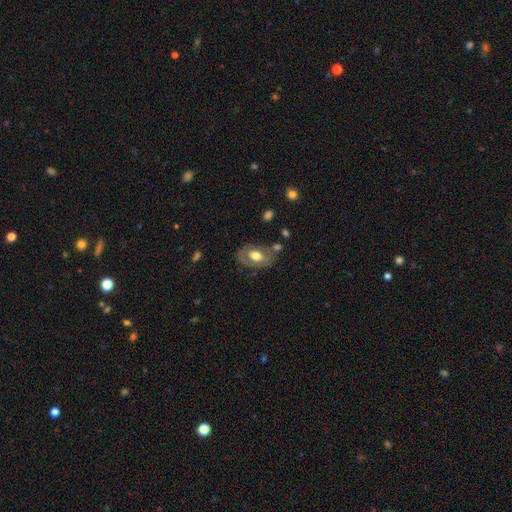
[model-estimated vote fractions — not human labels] This appears to be a smooth galaxy with no disk features (48%). Merging: none (61%).